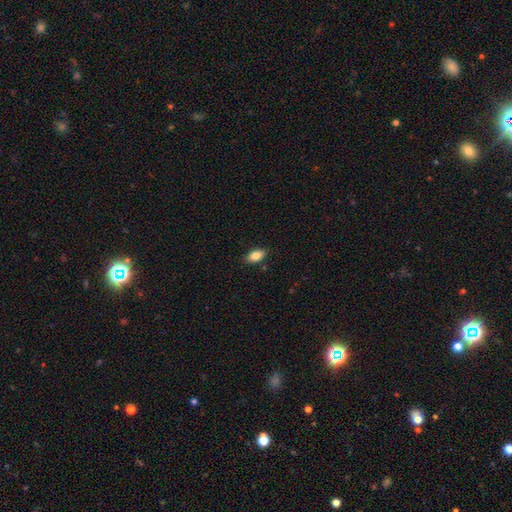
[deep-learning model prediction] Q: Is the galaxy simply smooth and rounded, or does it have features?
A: smooth — 83%.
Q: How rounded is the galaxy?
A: in between — 90%.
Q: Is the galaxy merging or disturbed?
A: none — 87%.